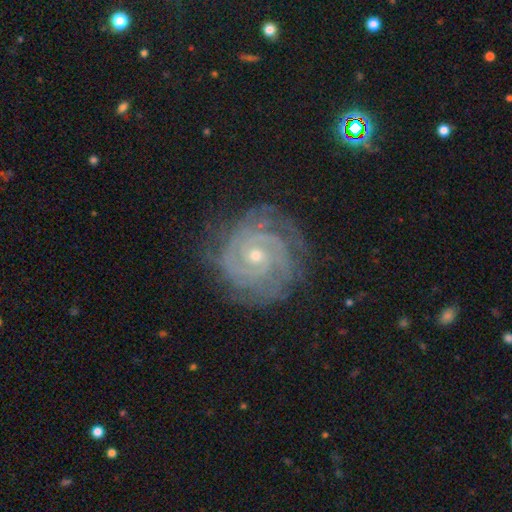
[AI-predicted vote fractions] featured or disk 90%, star or artifact 5%, smooth 4%. Down the decision tree: edge-on disk — no (98%); bar — no (71%); spiral arms — yes (98%); spiral arm count — 2 (29%); spiral winding — tight (82%); bulge size — small (61%); merging — none (77%).